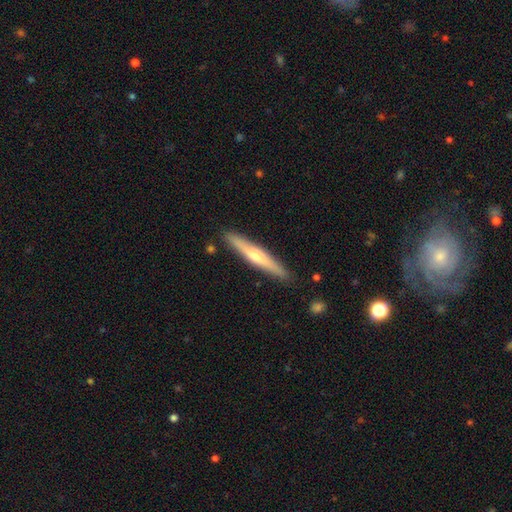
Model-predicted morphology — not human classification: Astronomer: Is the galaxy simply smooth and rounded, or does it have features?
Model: featured or disk — 55% (runner-up: smooth, 39%).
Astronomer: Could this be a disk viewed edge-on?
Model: yes — 95%.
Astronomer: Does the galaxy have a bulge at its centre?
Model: rounded — 78%.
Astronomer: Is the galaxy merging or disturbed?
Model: none — 89%.